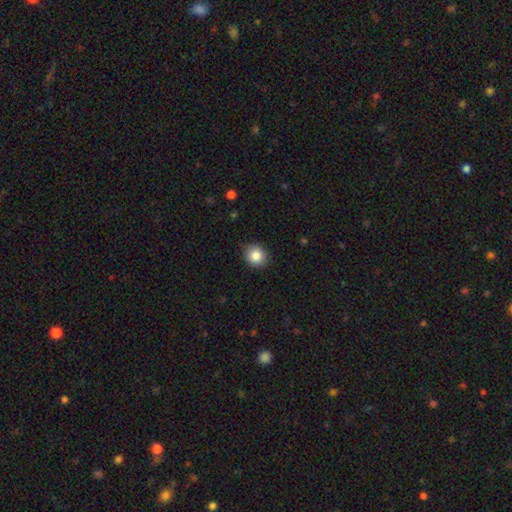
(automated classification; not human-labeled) This appears to be a smooth galaxy with no disk features (85%) that is round (84%). Merging: none (89%).